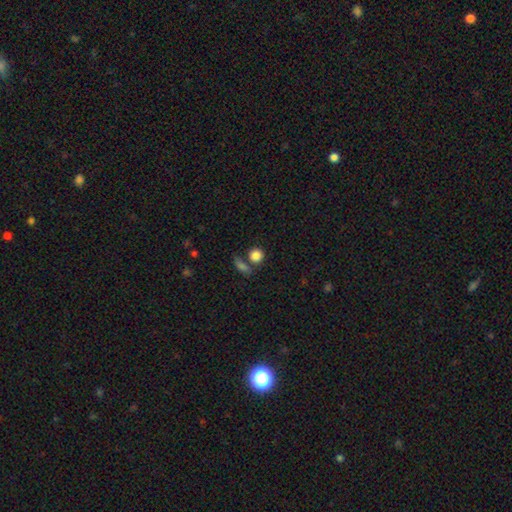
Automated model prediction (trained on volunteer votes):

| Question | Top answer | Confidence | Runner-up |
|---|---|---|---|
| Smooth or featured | smooth | 84% | star or artifact (10%) |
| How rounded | round | 85% | in between (13%) |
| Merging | none | 61% | merger (25%) |